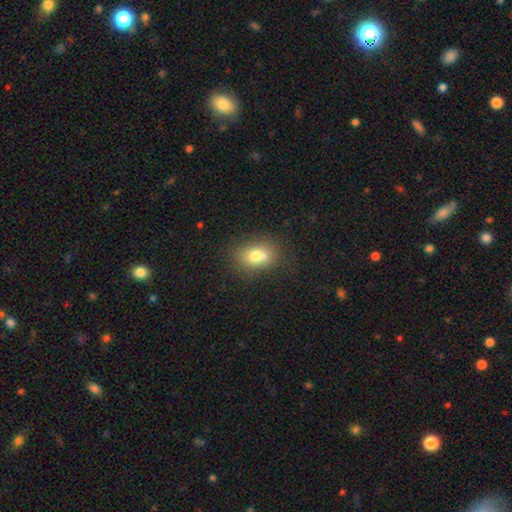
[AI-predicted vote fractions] Morphology: type=smooth (73%); roundness=in between (68%); merging=none (57%).